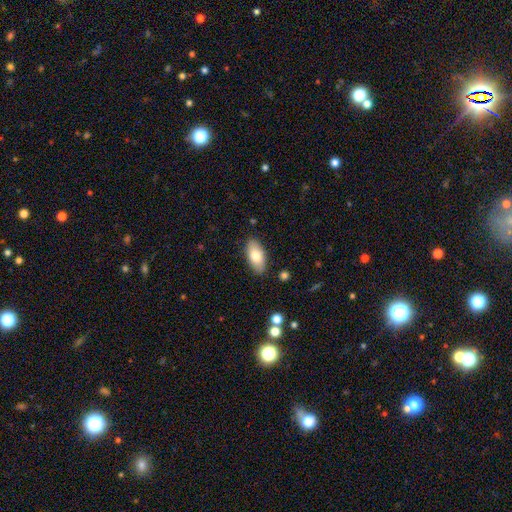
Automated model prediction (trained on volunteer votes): Smooth or featured? Predicted: smooth (p=0.79). How rounded? Predicted: in between (p=0.92). Merging? Predicted: none (p=0.86).